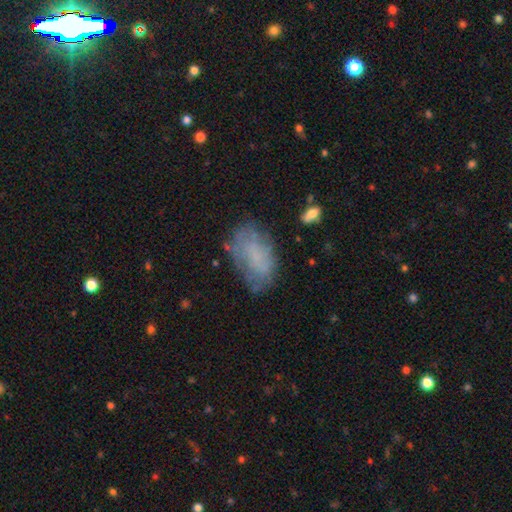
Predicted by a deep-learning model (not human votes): The model was most divided on "smooth or featured": smooth: 59%, featured or disk: 30%, star or artifact: 11%. More confident: how rounded — in between (92%); merging — none (60%).